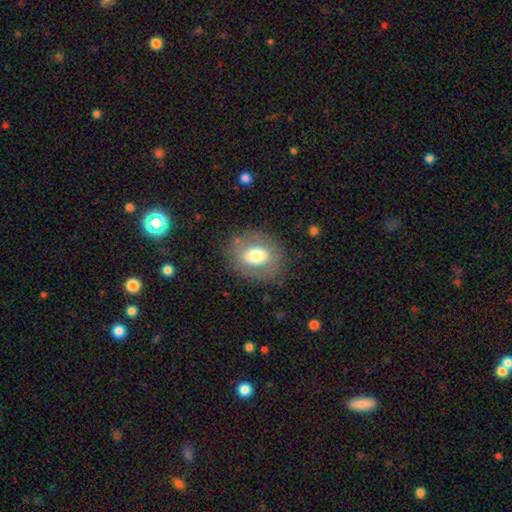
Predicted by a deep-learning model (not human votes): Smooth or featured?
  - smooth: 61% *
  - featured or disk: 30%
  - star or artifact: 9%
How rounded?
  - round: 52% *
  - in between: 47%
  - cigar-shaped: 1%
Merging?
  - none: 79% *
  - minor disturbance: 13%
  - major disturbance: 7%
  - merger: 1%